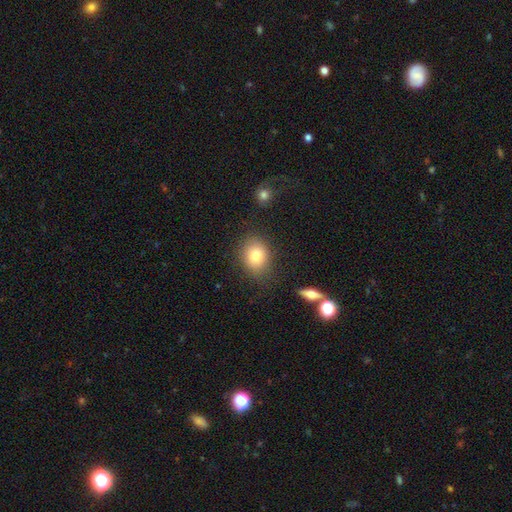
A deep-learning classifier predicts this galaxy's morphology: type=smooth (80%); roundness=in between (53%); merging=none (79%).